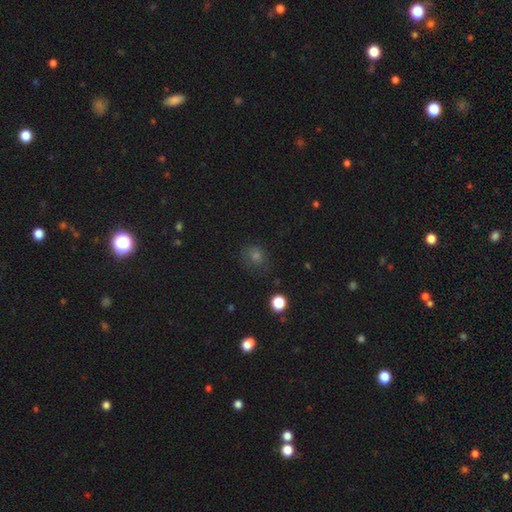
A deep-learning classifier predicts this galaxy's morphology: Smooth or featured? Predicted: smooth (p=0.64). How rounded? Predicted: round (p=0.73). Merging? Predicted: none (p=0.75).